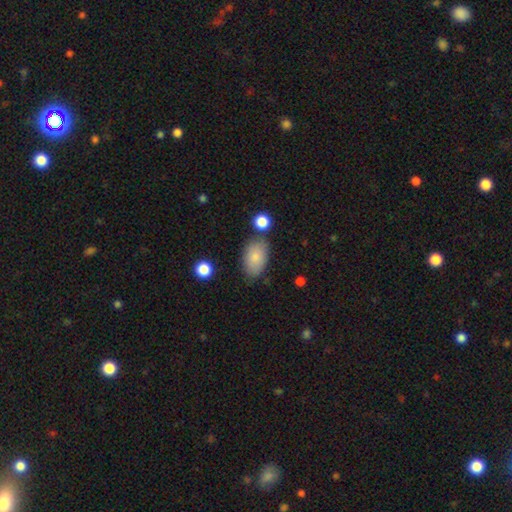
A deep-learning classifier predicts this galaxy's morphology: Smooth or featured?
  - smooth: 83% *
  - featured or disk: 10%
  - star or artifact: 7%
How rounded?
  - in between: 92% *
  - round: 7%
  - cigar-shaped: 2%
Merging?
  - none: 73% *
  - minor disturbance: 17%
  - merger: 7%
  - major disturbance: 4%